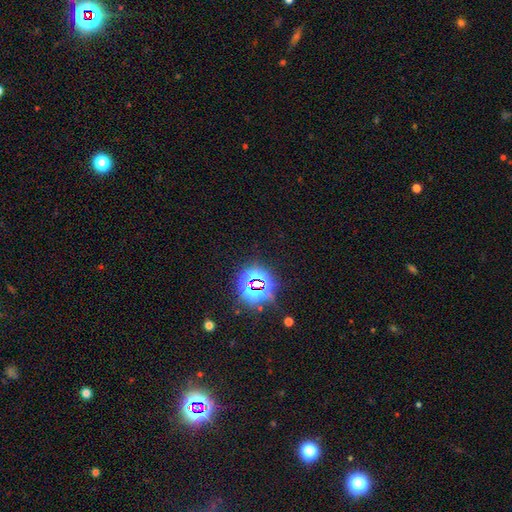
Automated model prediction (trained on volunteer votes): Smooth or featured? Predicted: star or artifact (p=0.81).